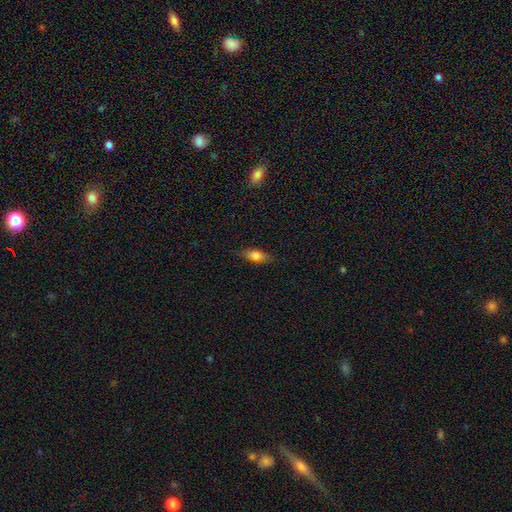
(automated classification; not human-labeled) Smooth or featured: smooth — 73% (featured or disk — 18%)
How rounded: in between — 65% (cigar-shaped — 32%)
Merging: none — 82% (minor disturbance — 14%)